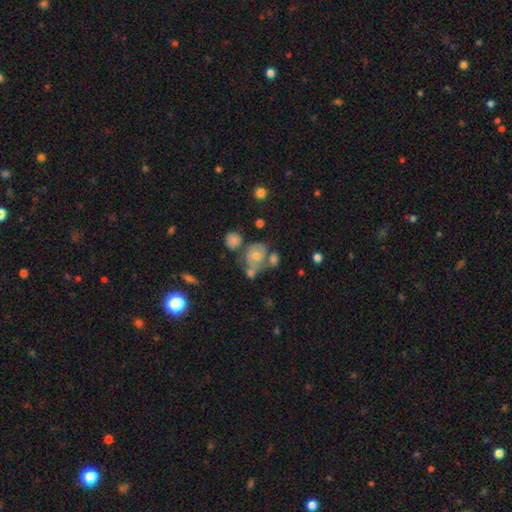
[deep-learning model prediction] Morphology: type=featured or disk (47%); merging=none (43%).